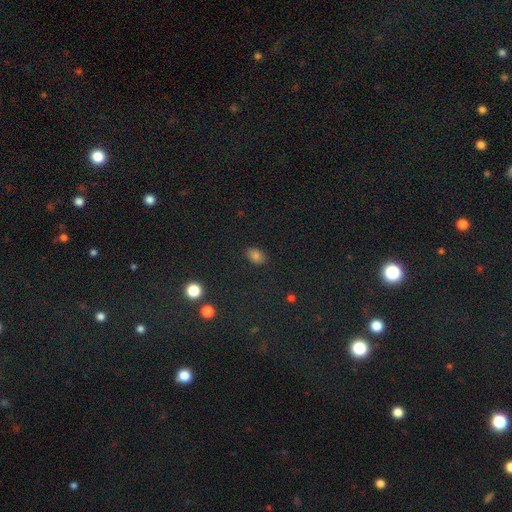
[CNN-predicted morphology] Smooth or featured?
  - smooth: 76% *
  - star or artifact: 16%
  - featured or disk: 8%
How rounded?
  - in between: 81% *
  - round: 17%
  - cigar-shaped: 2%
Merging?
  - none: 85% *
  - minor disturbance: 11%
  - major disturbance: 3%
  - merger: 1%